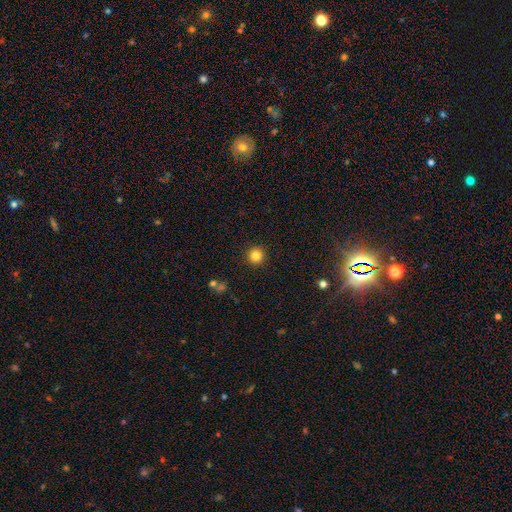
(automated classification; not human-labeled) Overall: smooth (83%). How rounded: round (95%). Merging: none (92%).